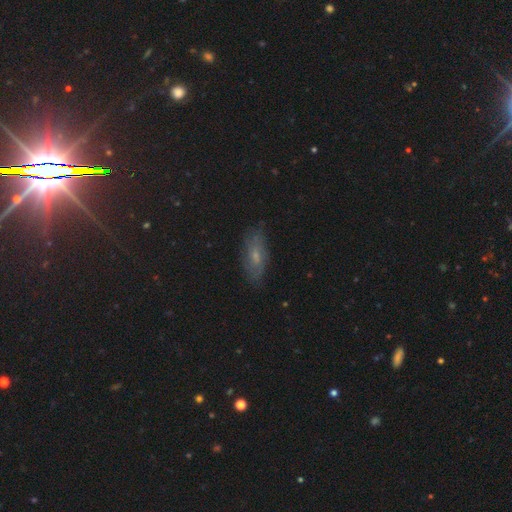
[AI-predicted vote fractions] Morphology: type=smooth (52%); roundness=in between (75%); merging=none (79%).